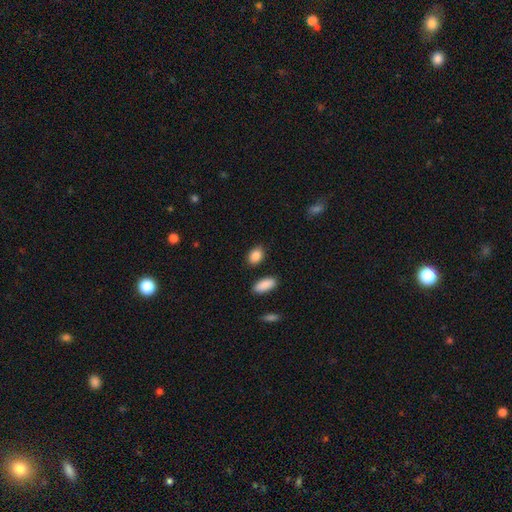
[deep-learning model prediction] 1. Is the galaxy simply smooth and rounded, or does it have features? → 88% smooth, 7% star or artifact, 4% featured or disk.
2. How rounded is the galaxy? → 81% in between, 17% round, 2% cigar-shaped.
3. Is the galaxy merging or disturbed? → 86% none, 9% minor disturbance, 3% merger, 2% major disturbance.